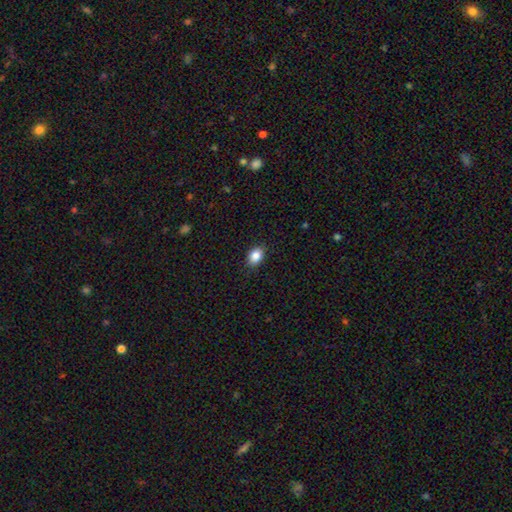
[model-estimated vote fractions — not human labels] The model was most divided on "how rounded": in between: 73%, round: 26%, cigar-shaped: 1%. More confident: merging — none (88%); smooth or featured — smooth (85%).